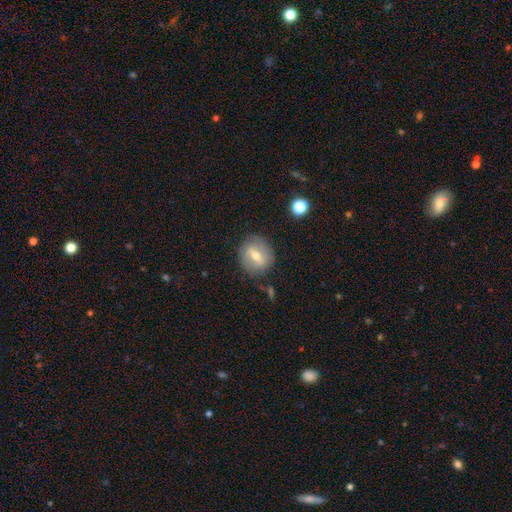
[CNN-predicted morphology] Smooth or featured: featured or disk — 48% (smooth — 44%)
Merging: none — 81% (minor disturbance — 13%)